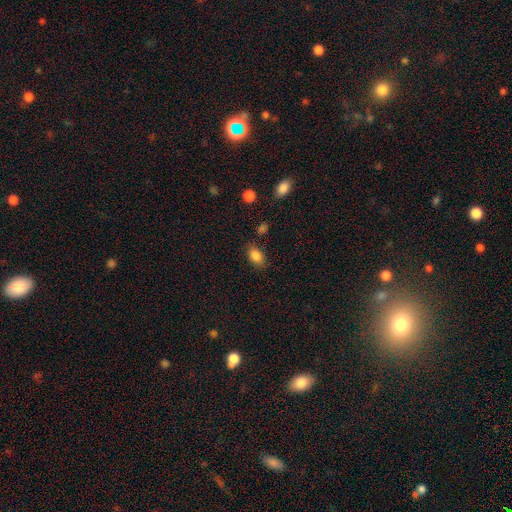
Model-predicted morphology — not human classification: The model was most divided on "merging": none: 81%, minor disturbance: 13%, major disturbance: 4%, merger: 2%. More confident: smooth or featured — smooth (85%); how rounded — in between (85%).